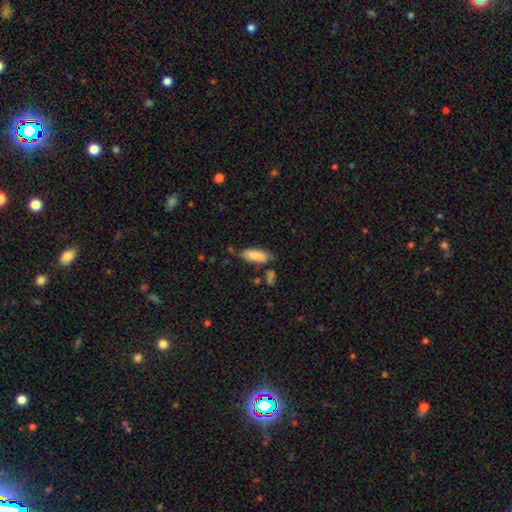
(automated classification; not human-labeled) Q: Smooth or featured?
A: smooth (85%); runner-up: featured or disk (9%)
Q: How rounded?
A: in between (72%); runner-up: cigar-shaped (26%)
Q: Merging?
A: none (70%); runner-up: minor disturbance (18%)